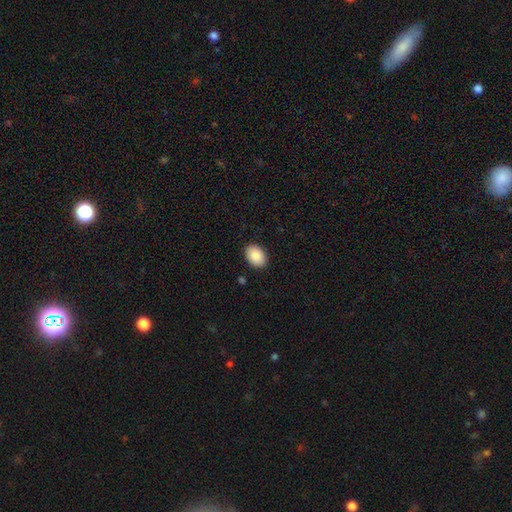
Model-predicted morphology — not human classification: A smooth galaxy with no disk features (89%) that is in between round and cigar-shaped (84%).

Vote fractions:
- Smooth or featured? smooth: 89% / star or artifact: 7% / featured or disk: 5%
- How rounded? in between: 84% / round: 15% / cigar-shaped: 1%
- Merging? none: 90% / minor disturbance: 8% / major disturbance: 2% / merger: 1%